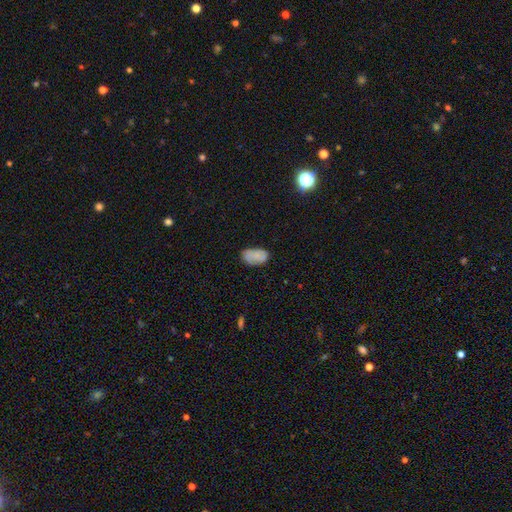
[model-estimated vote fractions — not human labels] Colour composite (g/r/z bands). It shows a smooth galaxy with no disk features (76%) that is in between round and cigar-shaped (93%). Merging: none (66%).